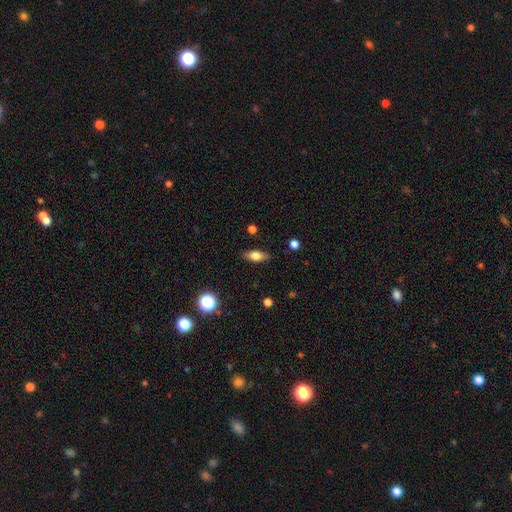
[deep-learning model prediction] Morphology: type=smooth (68%); roundness=in between (76%); merging=none (85%).